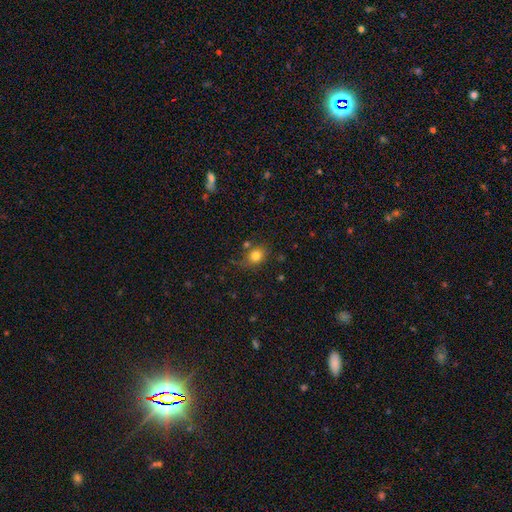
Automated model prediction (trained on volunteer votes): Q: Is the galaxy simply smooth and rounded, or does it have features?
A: smooth — 80%.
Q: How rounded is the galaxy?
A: round — 60%.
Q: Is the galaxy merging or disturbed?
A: none — 68%.